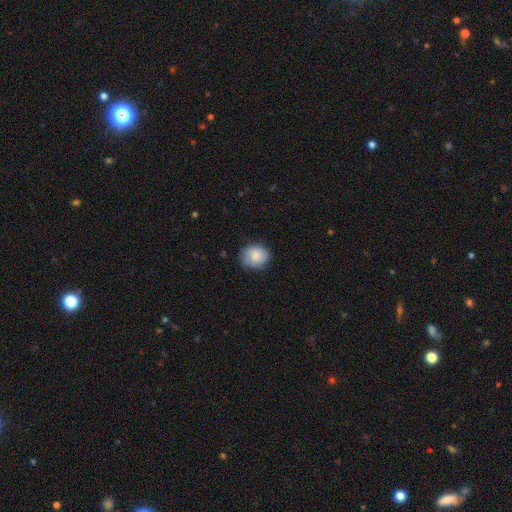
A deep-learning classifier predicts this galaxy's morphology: Overall: smooth (82%). How rounded: round (73%). Merging: none (80%).